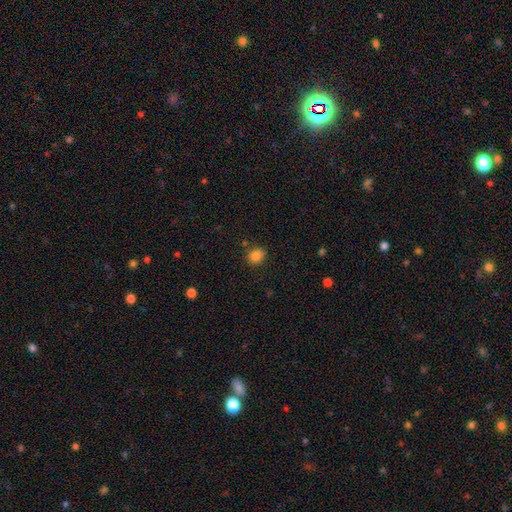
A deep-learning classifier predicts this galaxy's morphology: Q: Smooth or featured?
A: smooth (84%); runner-up: star or artifact (11%)
Q: How rounded?
A: round (71%); runner-up: in between (28%)
Q: Merging?
A: none (79%); runner-up: minor disturbance (14%)